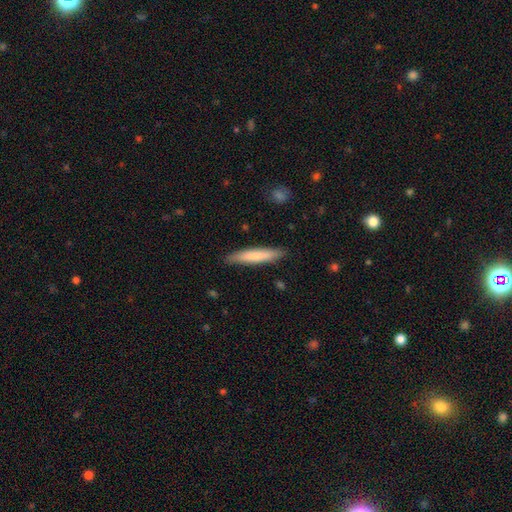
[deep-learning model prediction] Smooth or featured? Predicted: smooth (p=0.74). How rounded? Predicted: cigar-shaped (p=0.92). Merging? Predicted: none (p=0.88).